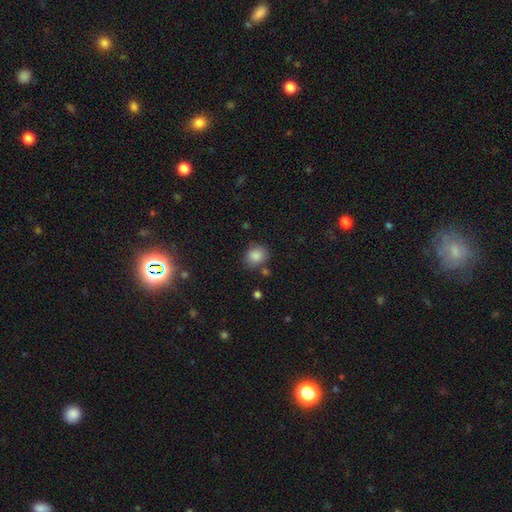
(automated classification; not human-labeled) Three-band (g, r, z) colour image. It shows a smooth galaxy with no disk features (86%) that is round (69%). Merging: none (75%).